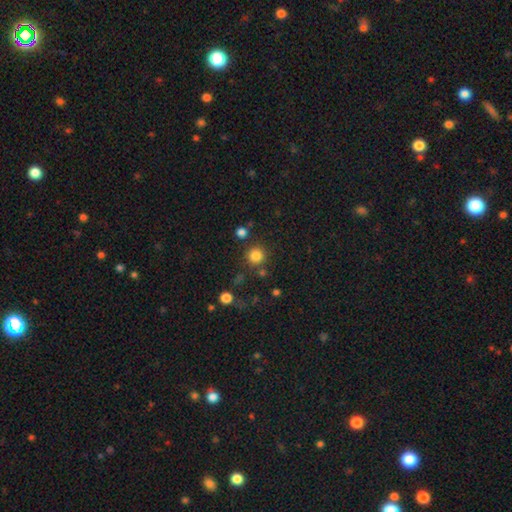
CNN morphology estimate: The model was most divided on "smooth or featured": smooth: 82%, star or artifact: 13%, featured or disk: 4%. More confident: how rounded — round (94%); merging — none (82%).